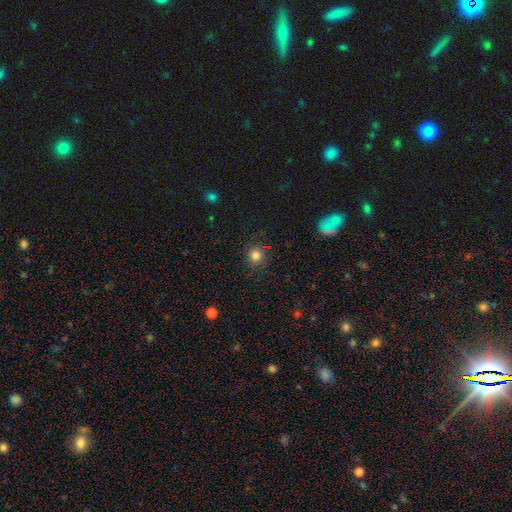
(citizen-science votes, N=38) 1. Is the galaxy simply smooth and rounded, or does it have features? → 82% smooth, 11% star or artifact, 8% featured or disk.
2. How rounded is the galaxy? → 90% round, 10% in between, 0% cigar-shaped.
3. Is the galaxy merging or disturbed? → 88% none, 9% minor disturbance, 3% merger, 0% major disturbance.